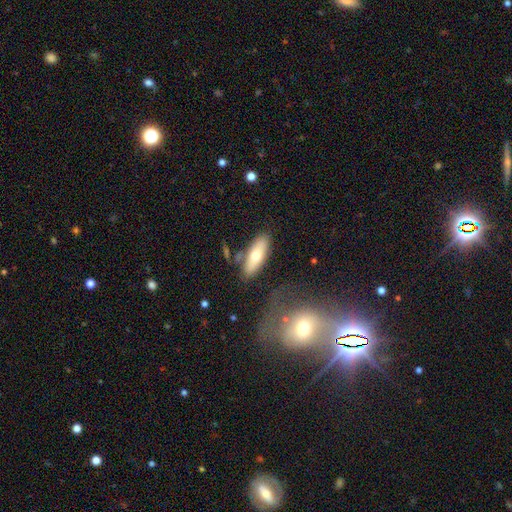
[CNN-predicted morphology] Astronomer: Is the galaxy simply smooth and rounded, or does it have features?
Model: smooth — 67%.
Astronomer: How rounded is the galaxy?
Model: in between — 65%.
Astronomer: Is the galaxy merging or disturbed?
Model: none — 74%.